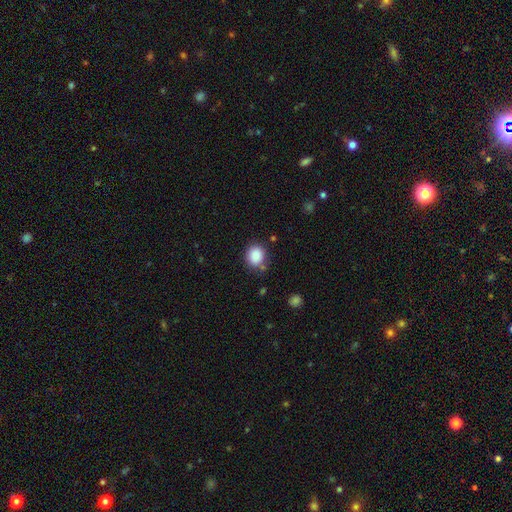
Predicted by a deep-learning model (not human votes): The model was most divided on "how rounded": round: 76%, in between: 23%, cigar-shaped: 1%. More confident: smooth or featured — smooth (87%); merging — none (77%).